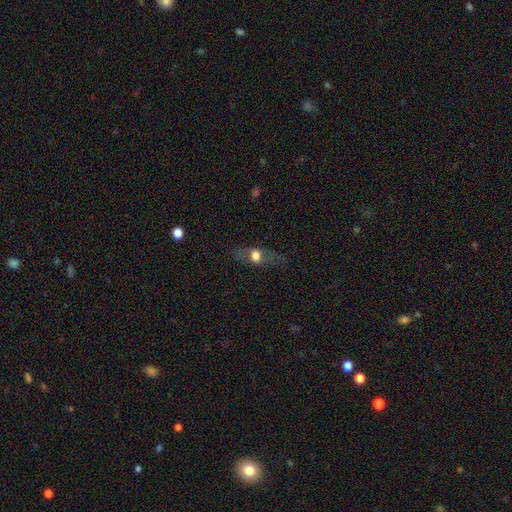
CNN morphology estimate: The model was most divided on "smooth or featured": smooth: 46%, featured or disk: 42%, star or artifact: 12%. More confident: merging — none (75%).